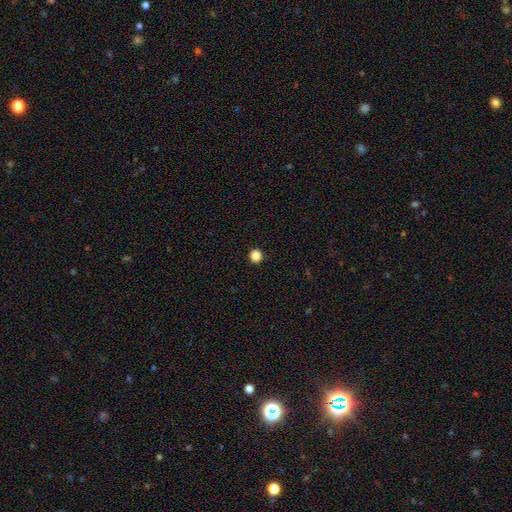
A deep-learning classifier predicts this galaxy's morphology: smooth_or_featured: smooth (p=0.86) [alt: star or artifact p=0.11]
how_rounded: round (p=0.95) [alt: in between p=0.04]
merging: none (p=0.94) [alt: minor disturbance p=0.04]